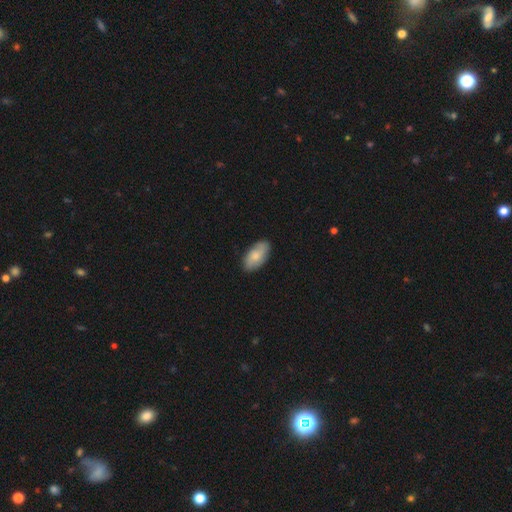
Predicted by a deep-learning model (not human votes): smooth-or-featured: smooth: 69% | featured or disk: 25% | star or artifact: 6%
  how-rounded: in between: 93% | cigar-shaped: 4% | round: 3%
  merging: none: 83% | minor disturbance: 13% | major disturbance: 2% | merger: 1%